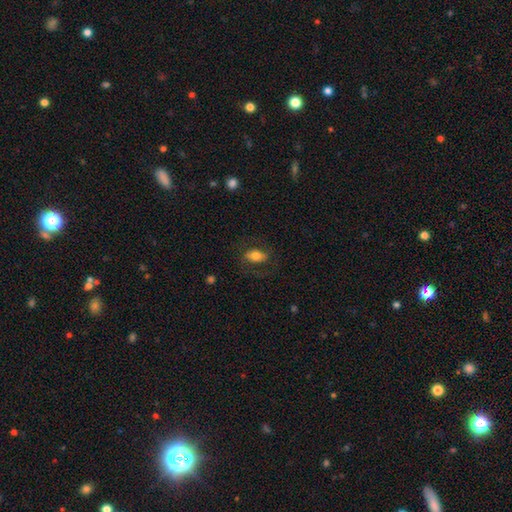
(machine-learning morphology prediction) This is likely a smooth galaxy (70%). How rounded: clearly in between (89%). Merging: likely none (73%).